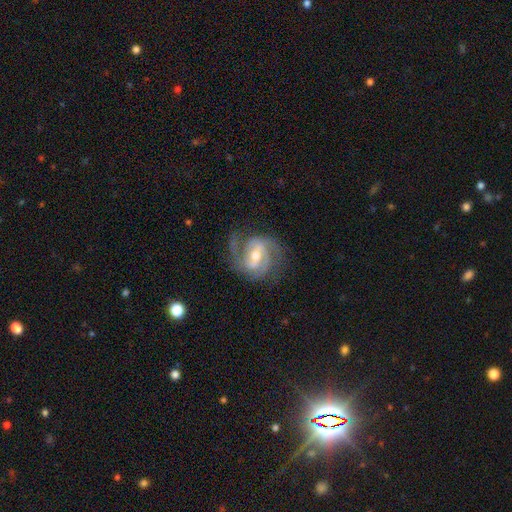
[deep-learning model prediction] This is clearly a featured or disk galaxy (89%). It is clearly not viewed edge-on (97%). Bar: possibly weak (46%). Spiral arm pattern: clearly yes (97%). Spiral arm count: possibly 2 (56%). Spiral winding: possibly medium (49%). Central bulge: likely moderate (64%). Merging: likely none (69%).